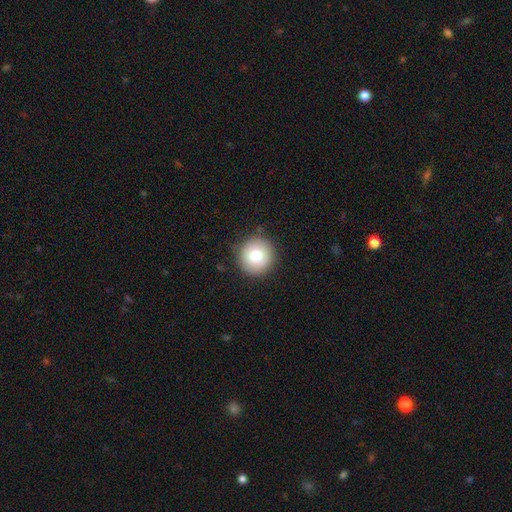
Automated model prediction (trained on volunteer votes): This appears to be a smooth galaxy with no disk features (78%) that is round (95%). Merging: none (88%).